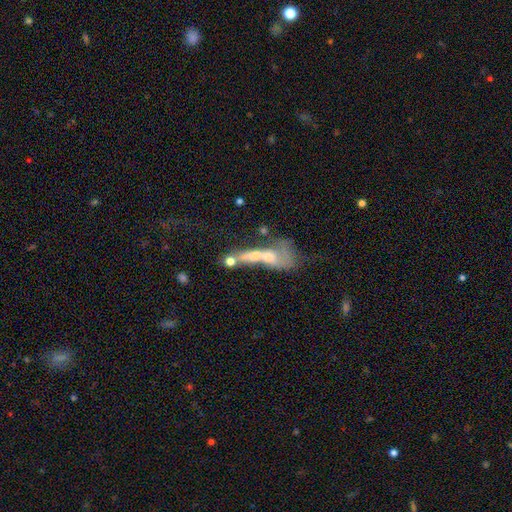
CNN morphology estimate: smooth-or-featured: featured or disk: 49% | smooth: 38% | star or artifact: 13%
  merging: merger: 60% | major disturbance: 20% | none: 13% | minor disturbance: 8%